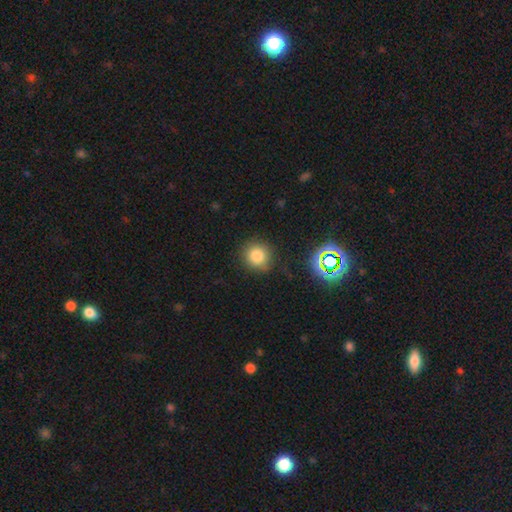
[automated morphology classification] smooth-or-featured: smooth: 80% | star or artifact: 14% | featured or disk: 6%
  how-rounded: round: 90% | in between: 9% | cigar-shaped: 1%
  merging: none: 85% | minor disturbance: 10% | major disturbance: 3% | merger: 2%